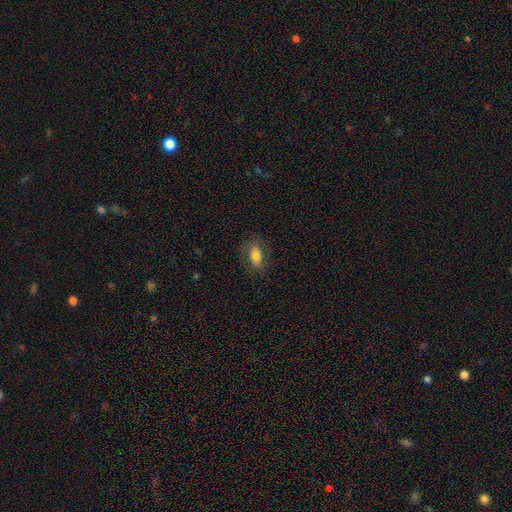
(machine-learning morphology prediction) A smooth galaxy with no disk features (76%) that is in between round and cigar-shaped (83%).

Vote fractions:
- Smooth or featured? smooth: 76% / featured or disk: 16% / star or artifact: 8%
- How rounded? in between: 83% / cigar-shaped: 11% / round: 6%
- Merging? none: 79% / minor disturbance: 14% / major disturbance: 6% / merger: 1%